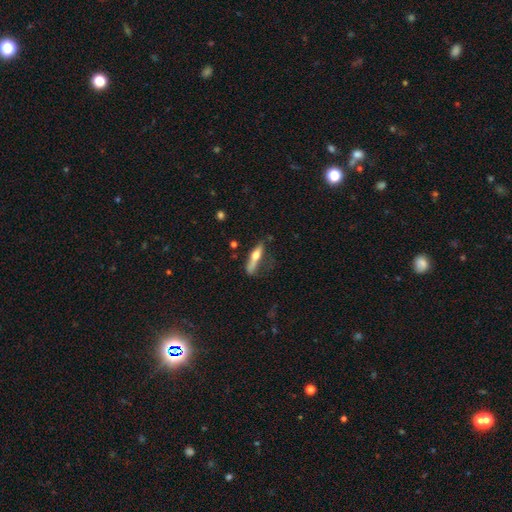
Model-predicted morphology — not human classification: Overall: smooth (50%; featured or disk 44%). How rounded: cigar-shaped (78%). Merging: none (57%; minor disturbance 25%).